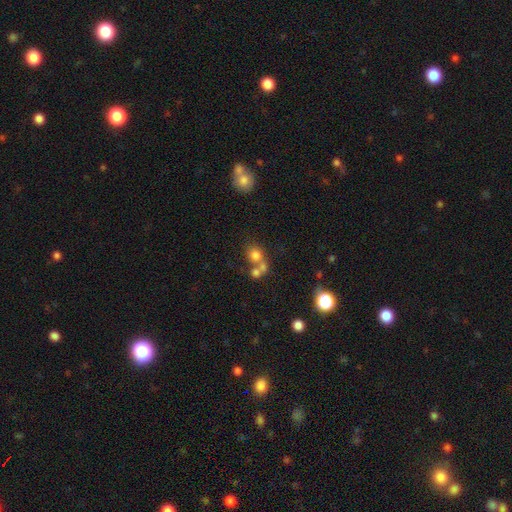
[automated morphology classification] smooth-or-featured: smooth: 69% | star or artifact: 17% | featured or disk: 14%
  how-rounded: round: 81% | in between: 18% | cigar-shaped: 1%
  merging: merger: 46% | none: 42% | minor disturbance: 7% | major disturbance: 5%